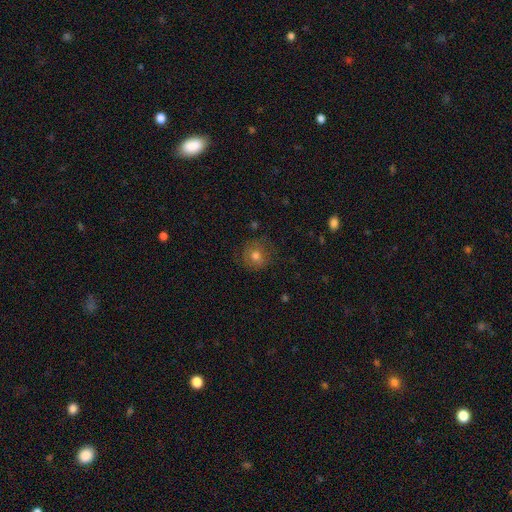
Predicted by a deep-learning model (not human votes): Smooth or featured? smooth (70%)
How rounded? round (85%)
Merging? none (74%)